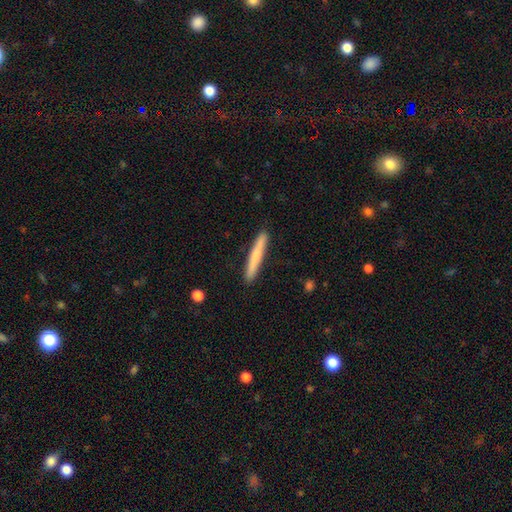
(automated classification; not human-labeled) smooth 69%, featured or disk 26%, star or artifact 5%. Down the decision tree: how rounded — cigar-shaped (96%); merging — none (91%).